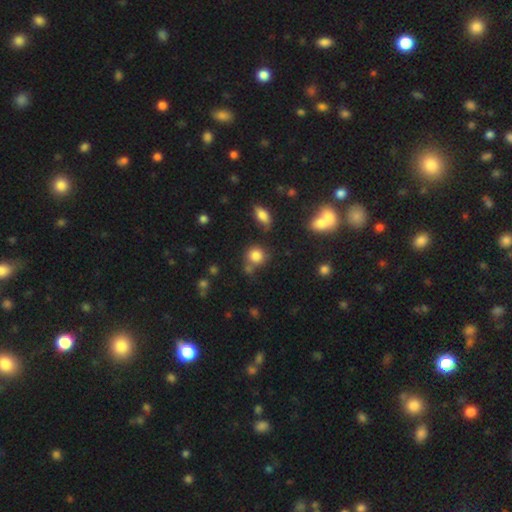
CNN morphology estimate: The model was most divided on "merging": none: 66%, merger: 16%, minor disturbance: 13%, major disturbance: 5%. More confident: how rounded — round (85%); smooth or featured — smooth (81%).